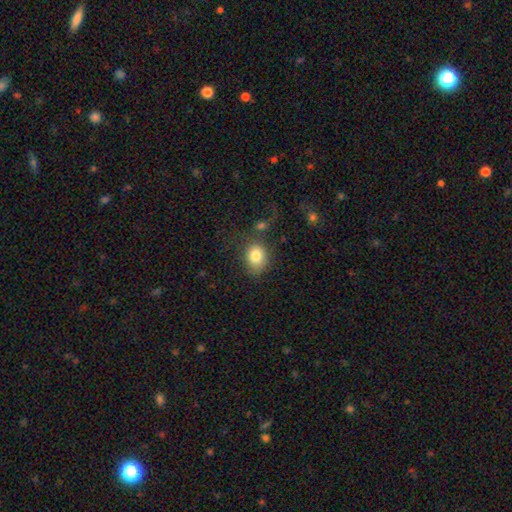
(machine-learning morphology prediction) This is clearly a smooth galaxy (82%). How rounded: possibly round (52%). Merging: likely none (66%).